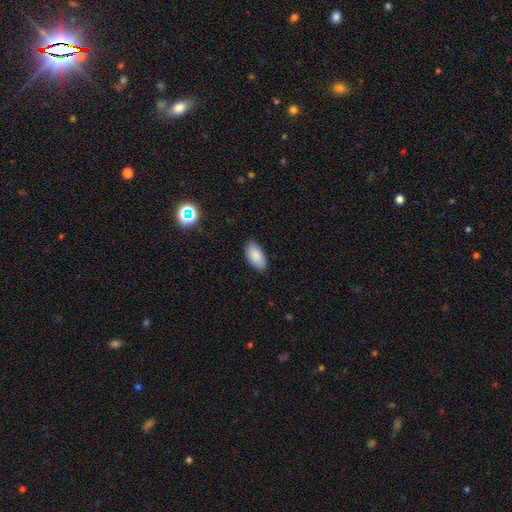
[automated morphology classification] Smooth or featured? smooth (87%)
How rounded? in between (93%)
Merging? none (85%)